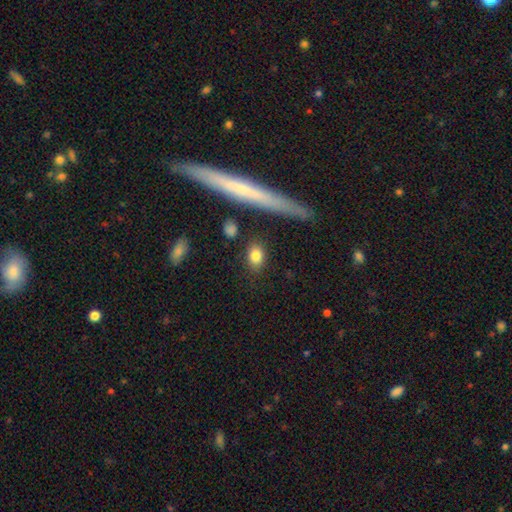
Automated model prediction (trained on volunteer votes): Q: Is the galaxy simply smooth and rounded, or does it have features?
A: smooth — 82%.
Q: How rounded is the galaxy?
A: in between — 73%.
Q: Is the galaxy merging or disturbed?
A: none — 84%.